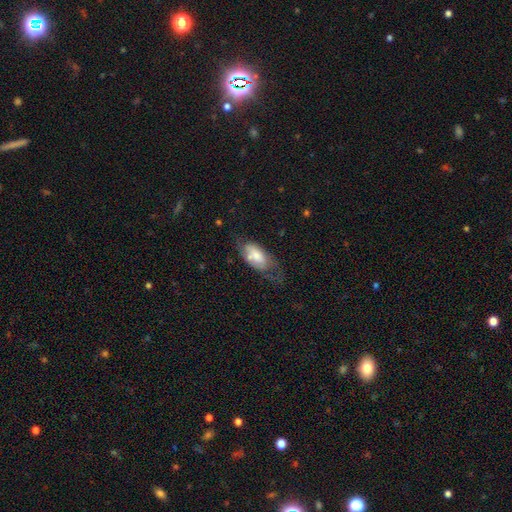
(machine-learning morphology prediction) This is possibly a smooth galaxy (59%). How rounded: clearly in between (91%). Merging: marginally none (33%).